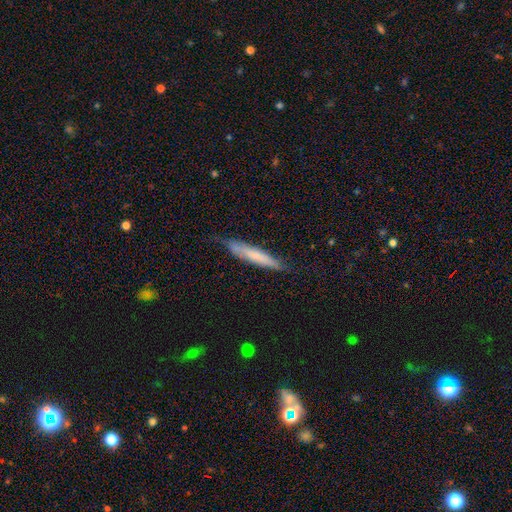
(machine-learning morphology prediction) Smooth or featured? Predicted: smooth (p=0.57). How rounded? Predicted: cigar-shaped (p=0.91). Merging? Predicted: none (p=0.71).